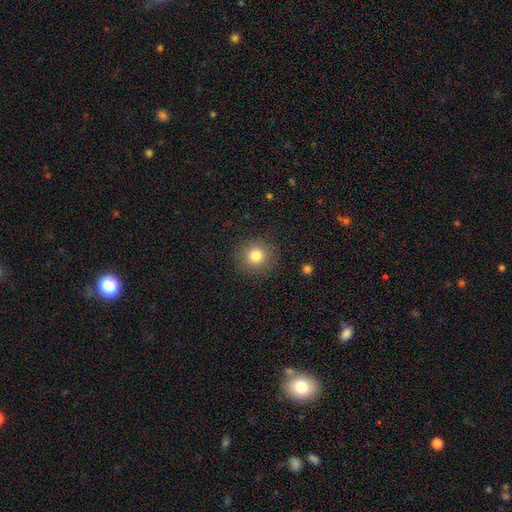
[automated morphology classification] Smooth or featured? smooth (80%)
How rounded? round (93%)
Merging? none (89%)